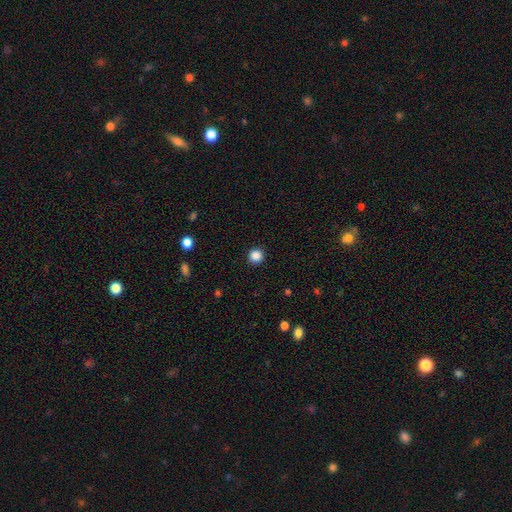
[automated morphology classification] Smooth or featured? smooth (86%)
How rounded? round (94%)
Merging? none (92%)